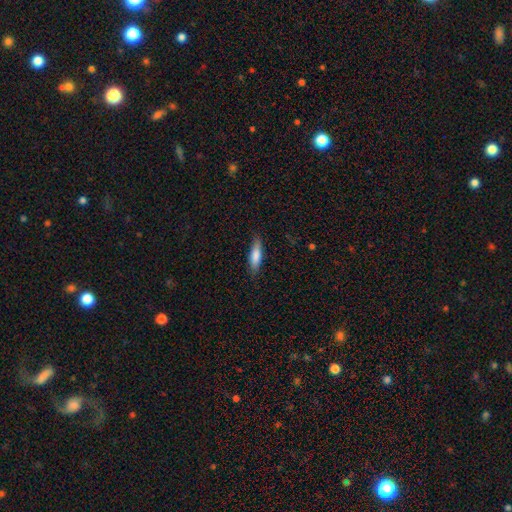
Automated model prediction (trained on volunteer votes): The model was most divided on "how rounded": cigar-shaped: 61%, in between: 37%, round: 2%. More confident: merging — none (82%); smooth or featured — smooth (80%).